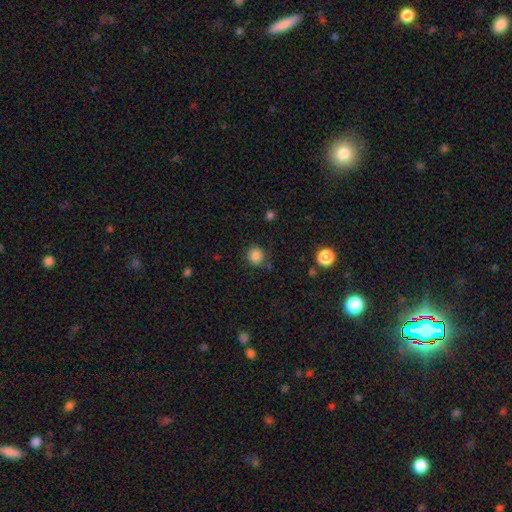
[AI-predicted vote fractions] A smooth galaxy with no disk features (85%) that is round (90%). Merging: none (82%).